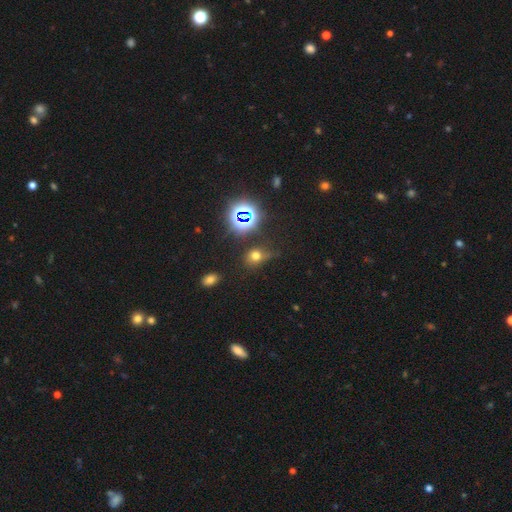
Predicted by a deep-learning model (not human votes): A smooth galaxy with no disk features (60%) that is round (57%). Merging: none (65%).